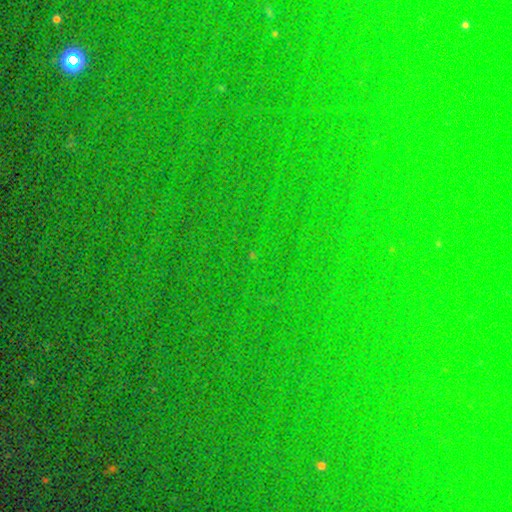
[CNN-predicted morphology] Overall: star or artifact (79%).